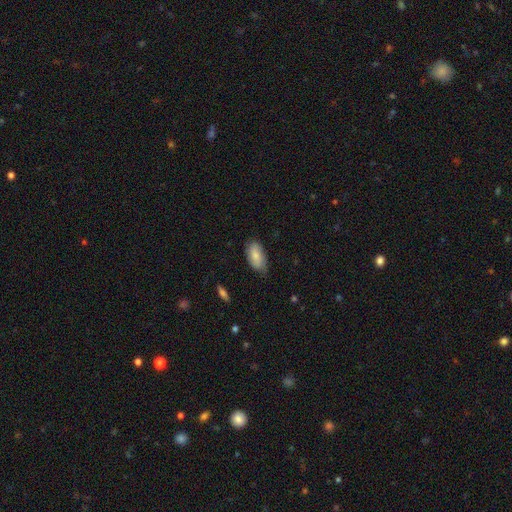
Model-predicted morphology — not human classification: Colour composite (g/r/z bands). It shows a smooth galaxy with no disk features (78%) that is in between round and cigar-shaped (93%). Merging: none (68%).